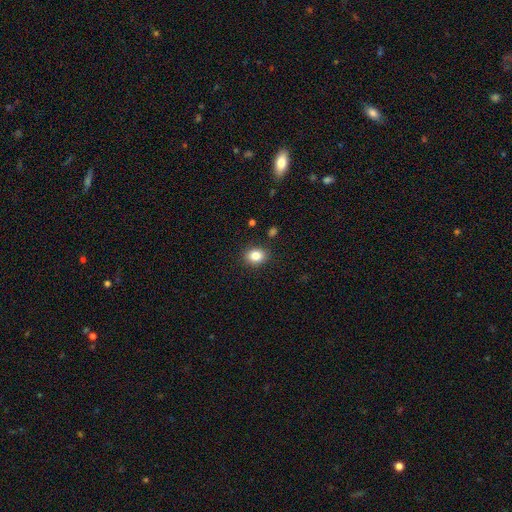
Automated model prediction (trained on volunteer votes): Smooth or featured: smooth — 85% (star or artifact — 10%)
How rounded: round — 53% (in between — 46%)
Merging: none — 89% (minor disturbance — 8%)